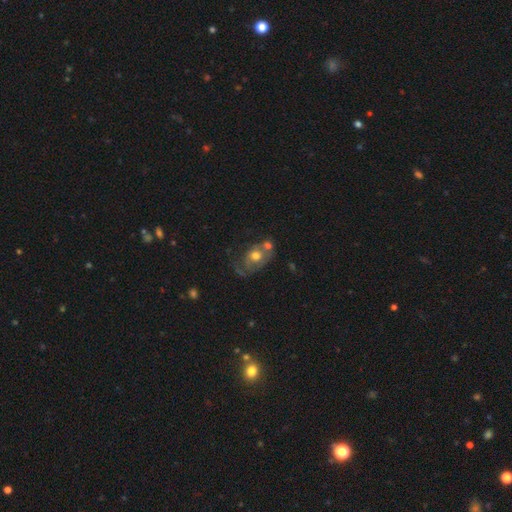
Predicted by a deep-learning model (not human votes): A smooth galaxy with no disk features (47%).

Vote fractions:
- Smooth or featured? smooth: 47% / featured or disk: 43% / star or artifact: 10%
- Merging? merger: 29% (tied) / none: 29% (tied) / minor disturbance: 22% / major disturbance: 20%